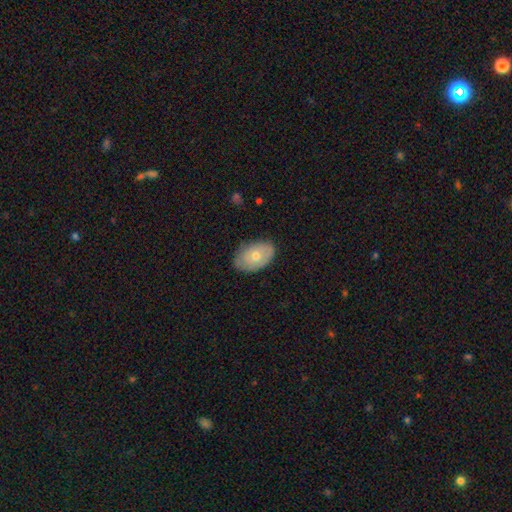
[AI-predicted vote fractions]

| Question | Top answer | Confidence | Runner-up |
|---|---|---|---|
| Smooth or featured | smooth | 61% | featured or disk (32%) |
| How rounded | in between | 88% | round (10%) |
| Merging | none | 79% | minor disturbance (17%) |